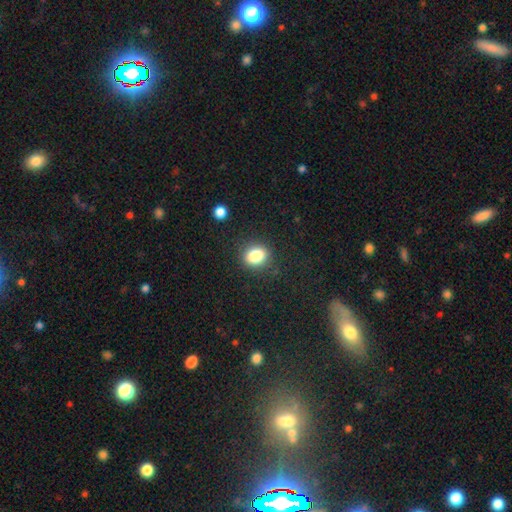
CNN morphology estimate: Overall: smooth (84%). How rounded: round (57%; in between 42%). Merging: none (86%).